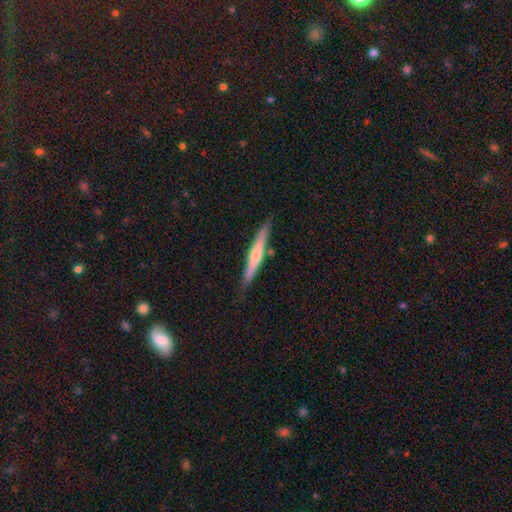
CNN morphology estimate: featured or disk 58%, smooth 36%, star or artifact 6%. Down the decision tree: edge-on disk — yes (96%); edge-on bulge — rounded (59%); merging — none (82%).